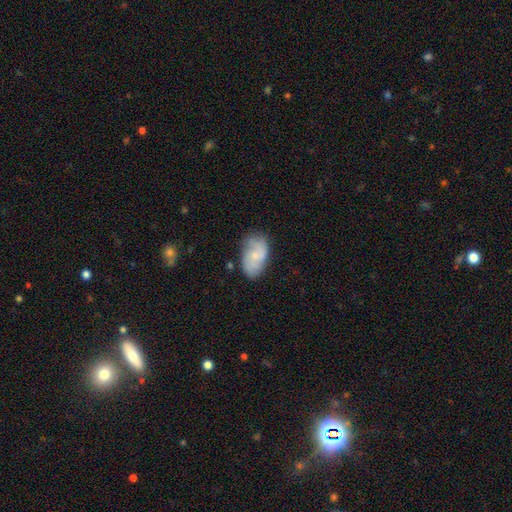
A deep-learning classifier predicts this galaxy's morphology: A smooth galaxy with no disk features (48%). Merging: none (62%).